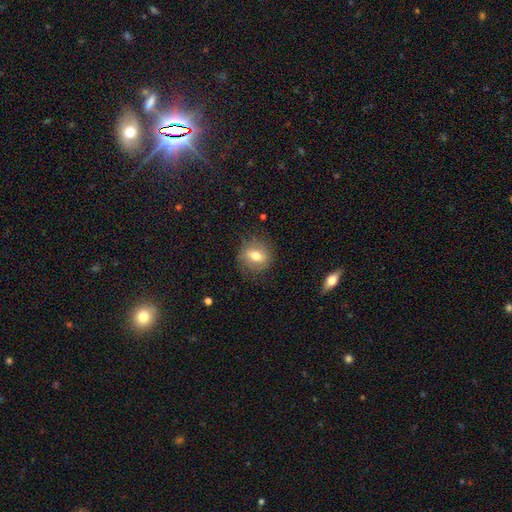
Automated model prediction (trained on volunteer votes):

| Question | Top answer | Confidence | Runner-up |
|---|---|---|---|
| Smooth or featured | smooth | 70% | featured or disk (21%) |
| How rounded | round | 69% | in between (30%) |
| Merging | none | 81% | minor disturbance (14%) |